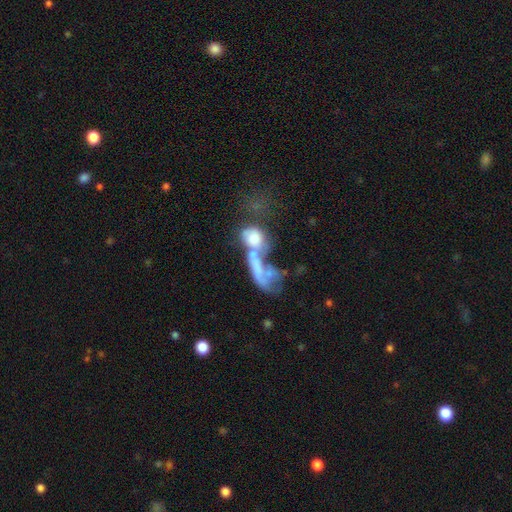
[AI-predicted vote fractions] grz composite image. It shows a featured or disk galaxy (44%). Merging: merger (55%).